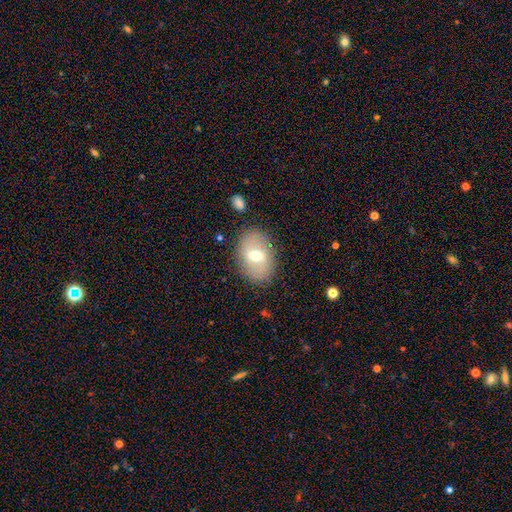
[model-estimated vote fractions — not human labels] This is possibly a smooth galaxy (53%). How rounded: likely in between (77%). Merging: clearly none (82%).